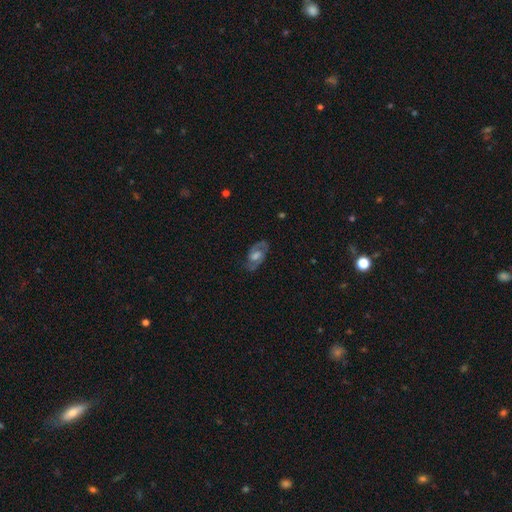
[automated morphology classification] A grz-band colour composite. It shows a featured or disk galaxy (77%) with a weak bar (47%), 2 (88%) medium (54%) spiral arms (91%) and a moderate central bulge (39%). Merging: none (80%).